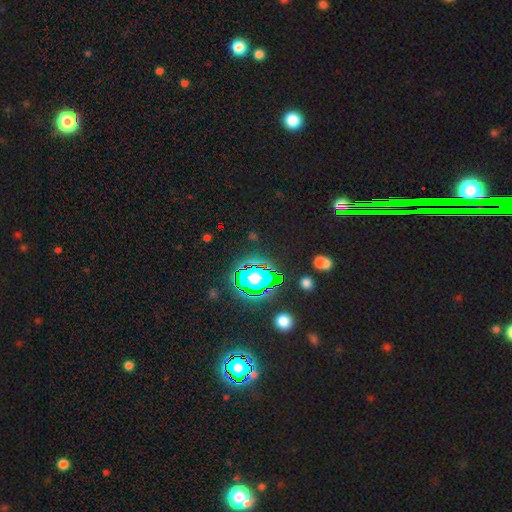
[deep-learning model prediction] Smooth or featured: star or artifact — 76% (smooth — 15%)